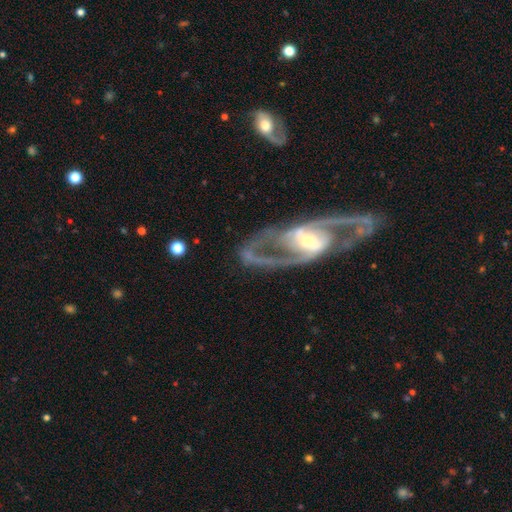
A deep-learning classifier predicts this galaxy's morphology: This is clearly a featured or disk galaxy (89%). It is clearly not viewed edge-on (94%). Bar: possibly strong (46%). Spiral arm pattern: clearly yes (93%). Spiral arm count: clearly 2 (90%). Spiral winding: possibly medium (55%). Central bulge: possibly moderate (48%). Merging: likely none (73%).